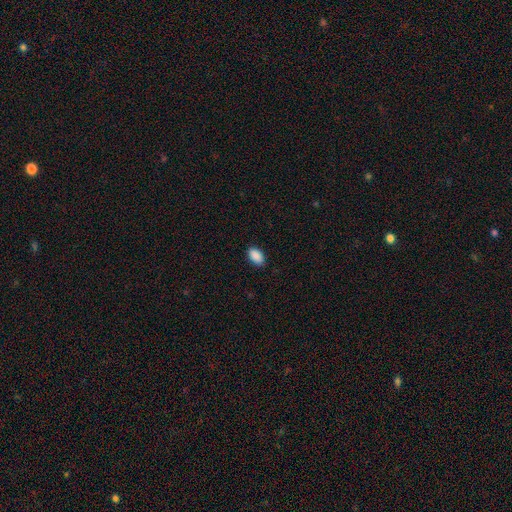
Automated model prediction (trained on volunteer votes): Smooth or featured: smooth — 91% (star or artifact — 7%)
How rounded: in between — 94% (round — 4%)
Merging: none — 87% (minor disturbance — 10%)